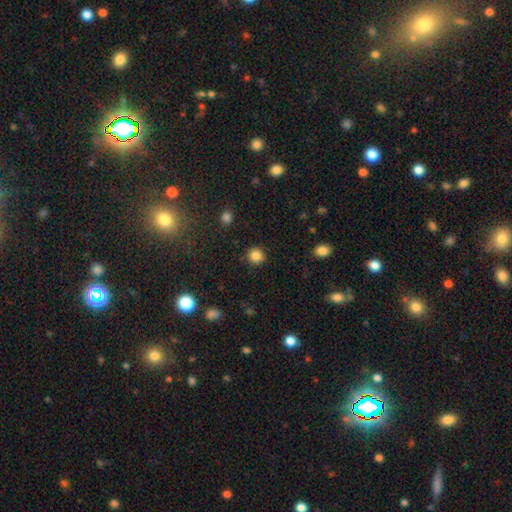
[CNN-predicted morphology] Q: Smooth or featured?
A: smooth (84%); runner-up: star or artifact (12%)
Q: How rounded?
A: round (93%); runner-up: in between (6%)
Q: Merging?
A: none (90%); runner-up: minor disturbance (7%)